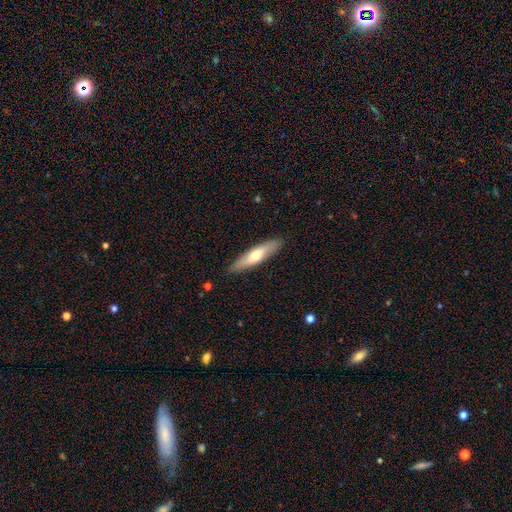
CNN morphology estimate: type=smooth (55%); roundness=cigar-shaped (71%); merging=none (88%).